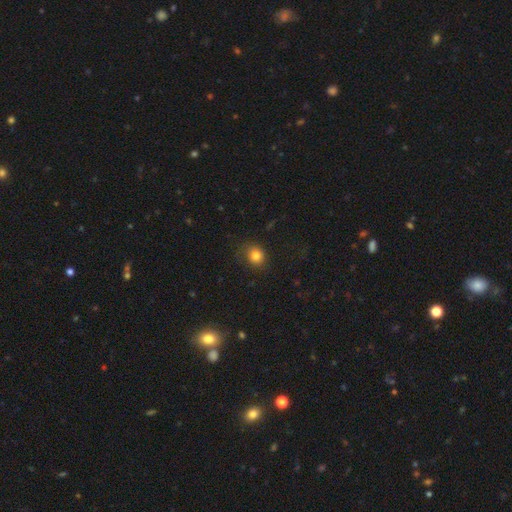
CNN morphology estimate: A smooth galaxy with no disk features (81%) that is round (72%).

Vote fractions:
- Smooth or featured? smooth: 81% / star or artifact: 12% / featured or disk: 7%
- How rounded? round: 72% / in between: 28% / cigar-shaped: 1%
- Merging? none: 73% / minor disturbance: 19% / major disturbance: 7% / merger: 1%